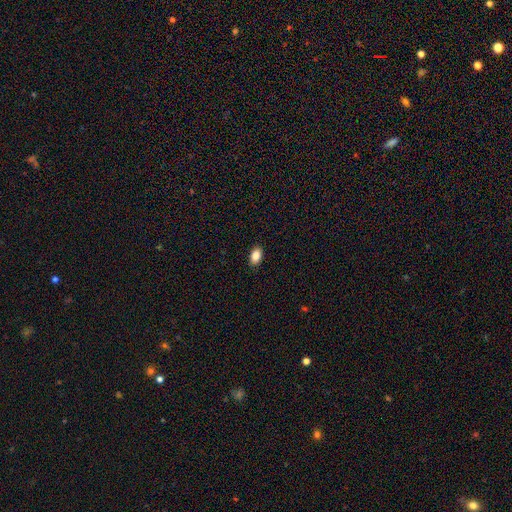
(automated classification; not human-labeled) Smooth or featured? Predicted: smooth (p=0.88). How rounded? Predicted: in between (p=0.90). Merging? Predicted: none (p=0.89).